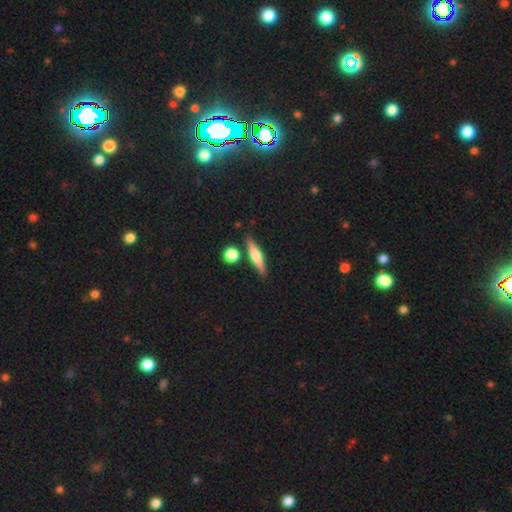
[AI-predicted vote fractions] smooth-or-featured: smooth: 47% | featured or disk: 46% | star or artifact: 8%
  merging: none: 83% | minor disturbance: 9% | merger: 6% | major disturbance: 2%